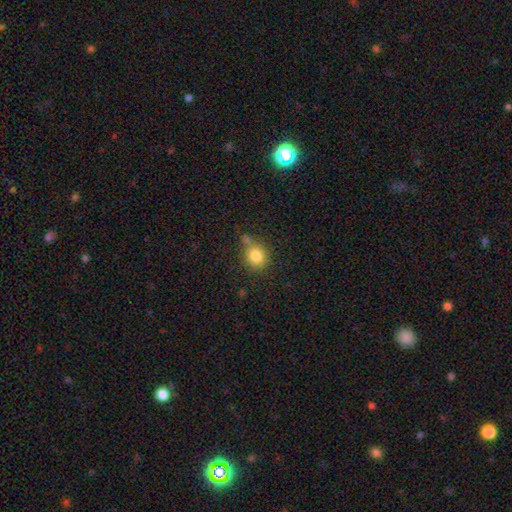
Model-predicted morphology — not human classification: This is clearly a smooth galaxy (82%). How rounded: clearly round (86%). Merging: likely none (67%).